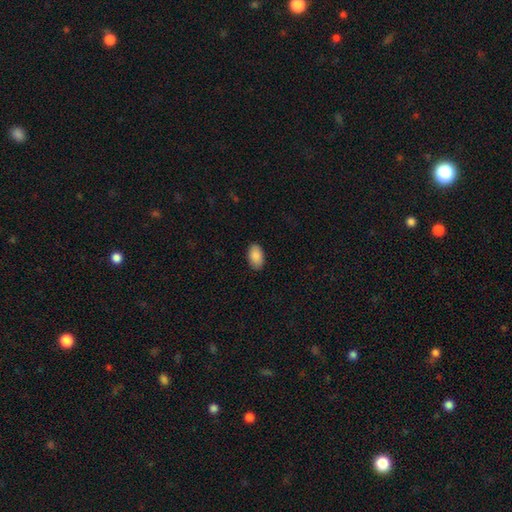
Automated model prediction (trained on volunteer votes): A smooth galaxy with no disk features (89%) that is in between round and cigar-shaped (94%). Merging: none (89%).